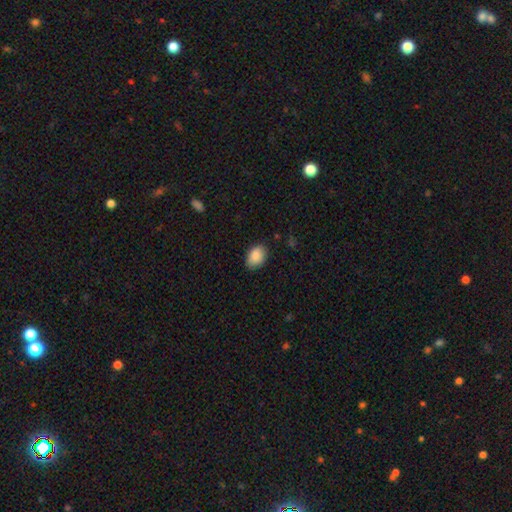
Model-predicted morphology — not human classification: A smooth galaxy with no disk features (89%) that is in between round and cigar-shaped (82%). Merging: none (82%).